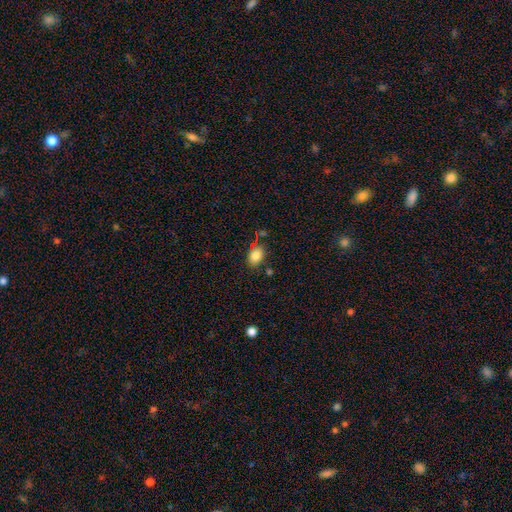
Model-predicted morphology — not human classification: Smooth or featured? Predicted: smooth (p=0.83). How rounded? Predicted: in between (p=0.74). Merging? Predicted: none (p=0.75).